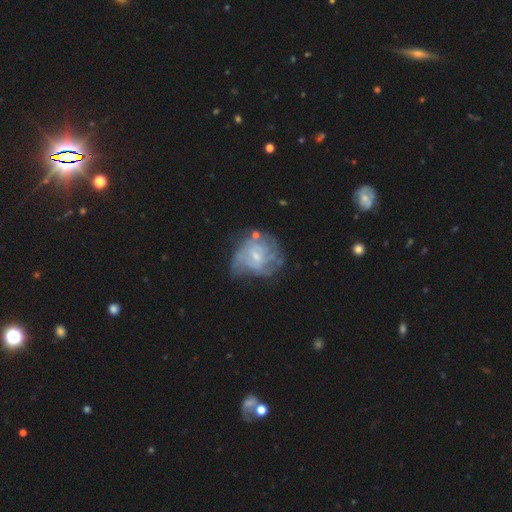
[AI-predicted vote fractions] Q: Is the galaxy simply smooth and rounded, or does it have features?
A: featured or disk — 74%.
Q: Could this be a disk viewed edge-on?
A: no — 98%.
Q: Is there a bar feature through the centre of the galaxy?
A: weak — 48%.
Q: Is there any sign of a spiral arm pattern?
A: yes — 77%.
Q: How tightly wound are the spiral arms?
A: tight — 51%.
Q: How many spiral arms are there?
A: can't tell — 53%.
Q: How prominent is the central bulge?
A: small — 65%.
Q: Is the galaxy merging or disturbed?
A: none — 46%.